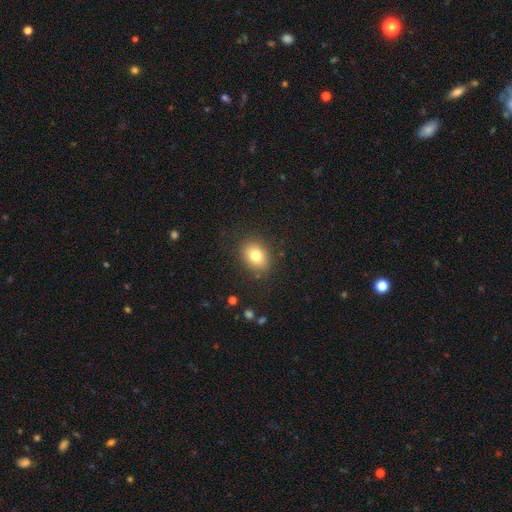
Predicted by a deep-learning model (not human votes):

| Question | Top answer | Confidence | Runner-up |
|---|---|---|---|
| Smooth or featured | smooth | 79% | featured or disk (11%) |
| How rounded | in between | 61% | round (38%) |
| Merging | none | 86% | minor disturbance (10%) |